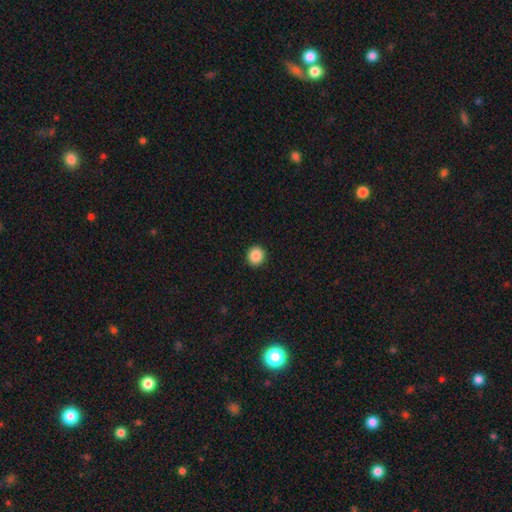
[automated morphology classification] smooth 87%, star or artifact 9%, featured or disk 4%. Down the decision tree: how rounded — round (90%); merging — none (93%).